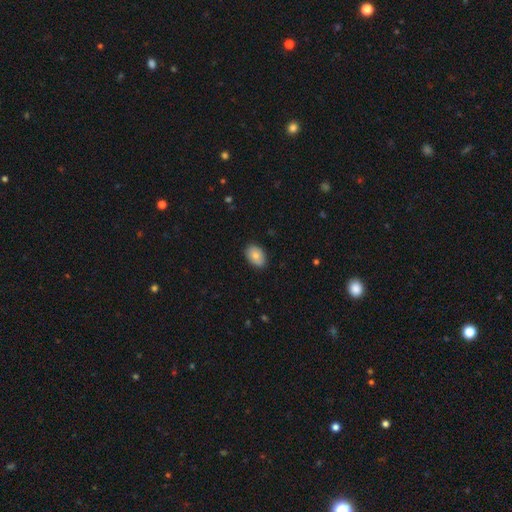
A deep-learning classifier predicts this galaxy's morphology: Smooth or featured: smooth — 80% (featured or disk — 12%)
How rounded: in between — 85% (round — 14%)
Merging: none — 83% (minor disturbance — 14%)